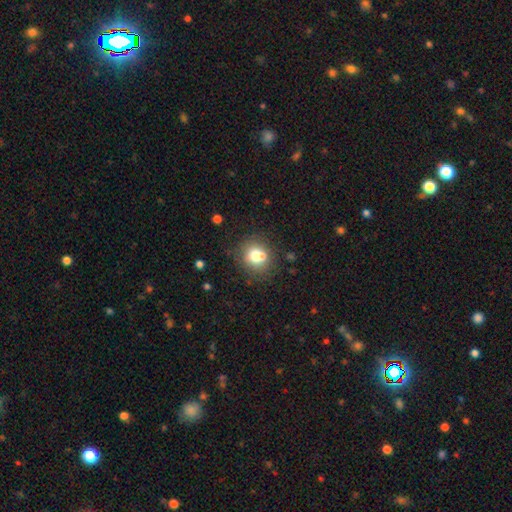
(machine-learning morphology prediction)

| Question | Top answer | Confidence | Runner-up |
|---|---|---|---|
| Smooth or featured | smooth | 70% | featured or disk (18%) |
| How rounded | round | 81% | in between (18%) |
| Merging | none | 58% | merger (25%) |